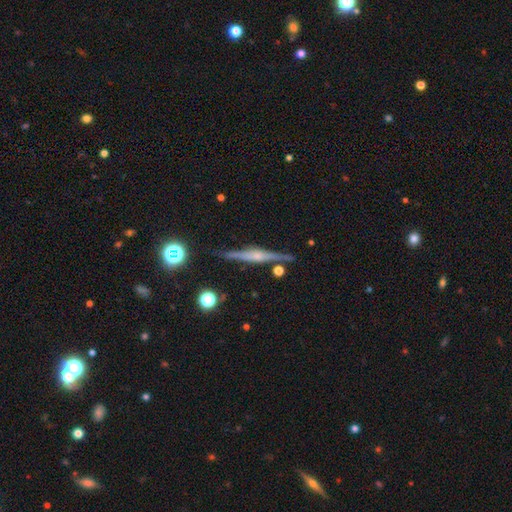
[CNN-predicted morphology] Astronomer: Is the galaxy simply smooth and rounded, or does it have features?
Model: featured or disk — 77%.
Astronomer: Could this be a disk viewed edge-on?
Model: yes — 98%.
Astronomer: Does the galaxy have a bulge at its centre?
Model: rounded — 63%.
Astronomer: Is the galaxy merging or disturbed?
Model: none — 86%.